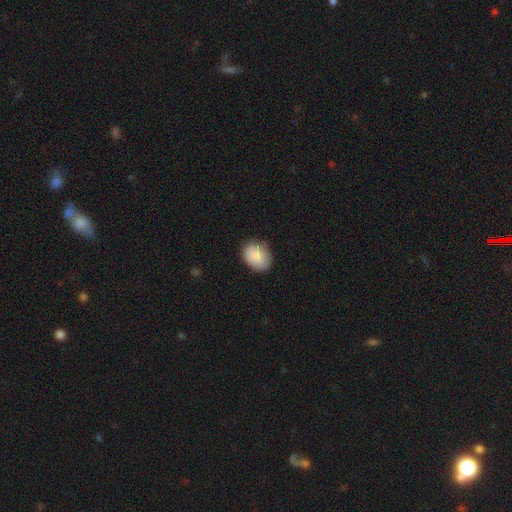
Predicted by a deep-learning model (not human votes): Morphology: type=smooth (86%); roundness=in between (66%); merging=none (77%).